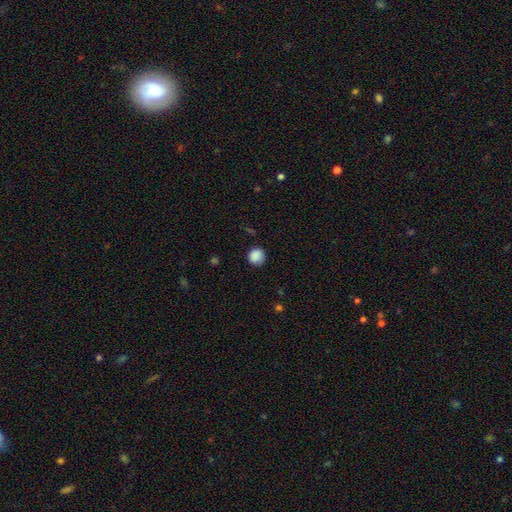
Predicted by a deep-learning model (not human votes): smooth_or_featured: smooth (p=0.88) [alt: star or artifact p=0.09]
how_rounded: round (p=0.91) [alt: in between p=0.08]
merging: none (p=0.84) [alt: minor disturbance p=0.11]